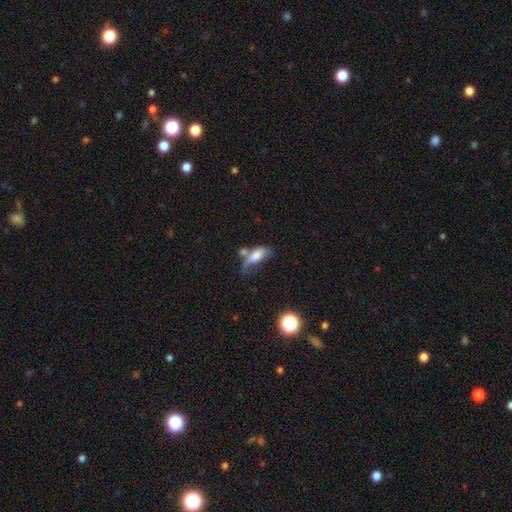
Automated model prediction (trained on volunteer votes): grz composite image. It shows a smooth galaxy with no disk features (65%) that is in between round and cigar-shaped (81%). Merging: merger (33%).